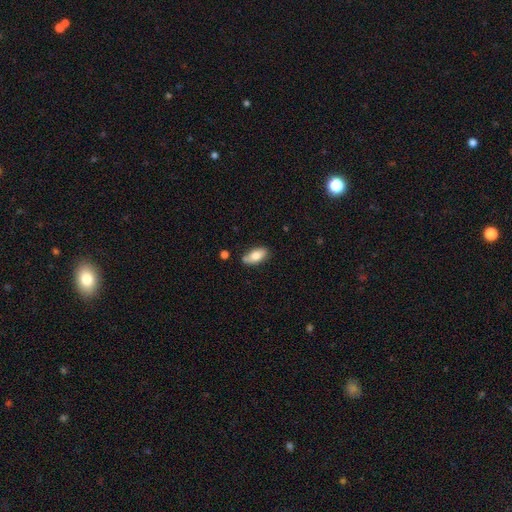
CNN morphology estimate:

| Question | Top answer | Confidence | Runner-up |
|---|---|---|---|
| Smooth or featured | smooth | 76% | featured or disk (17%) |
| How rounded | in between | 88% | cigar-shaped (9%) |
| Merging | none | 76% | minor disturbance (17%) |